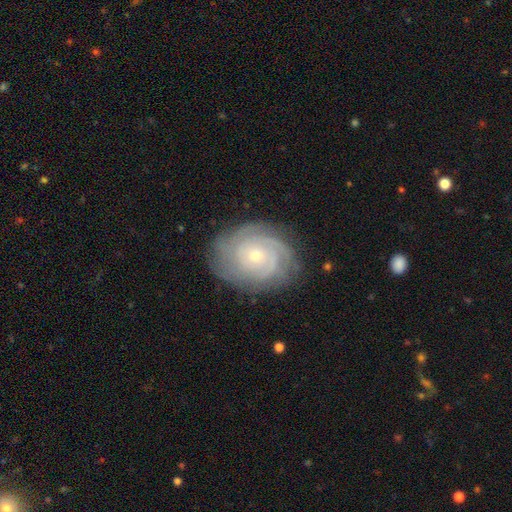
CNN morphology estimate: featured or disk 83%, smooth 11%, star or artifact 6%. Down the decision tree: edge-on disk — no (97%); bar — no (79%); spiral arms — yes (96%); spiral arm count — can't tell (33%); spiral winding — tight (78%); bulge size — small (62%); merging — none (79%).